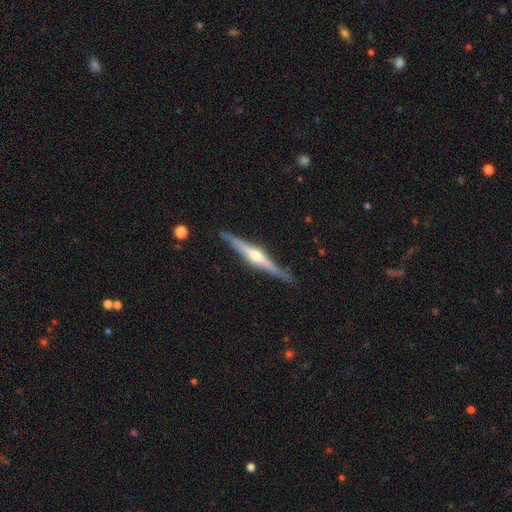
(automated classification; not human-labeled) Morphology: type=featured or disk (80%); edge-on=yes (98%); edge-on bulge=rounded (89%); merging=none (87%).